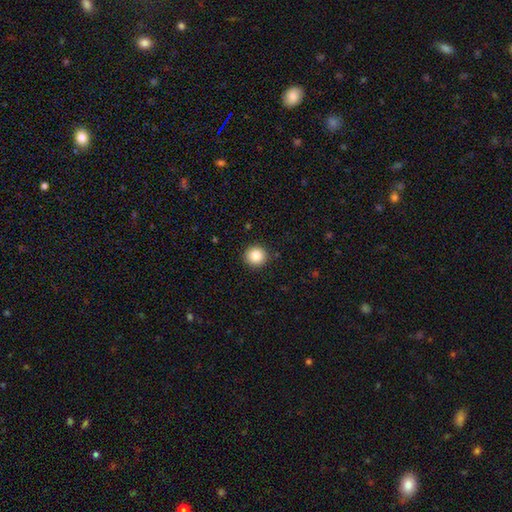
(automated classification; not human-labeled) Smooth or featured? smooth (85%)
How rounded? round (93%)
Merging? none (91%)